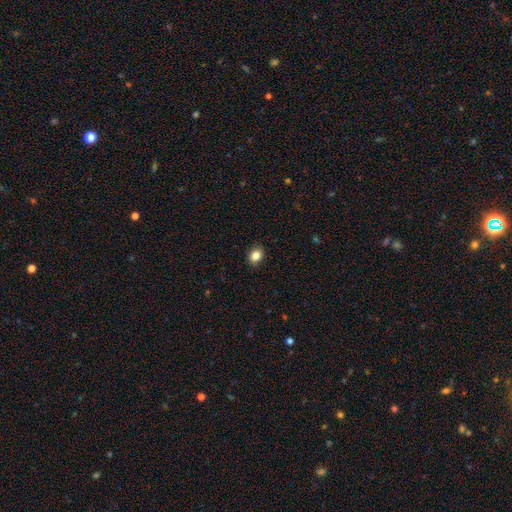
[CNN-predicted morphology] Smooth or featured?
  - smooth: 84% *
  - star or artifact: 10%
  - featured or disk: 6%
How rounded?
  - in between: 57% *
  - round: 41%
  - cigar-shaped: 1%
Merging?
  - none: 88% *
  - minor disturbance: 9%
  - major disturbance: 2%
  - merger: 1%